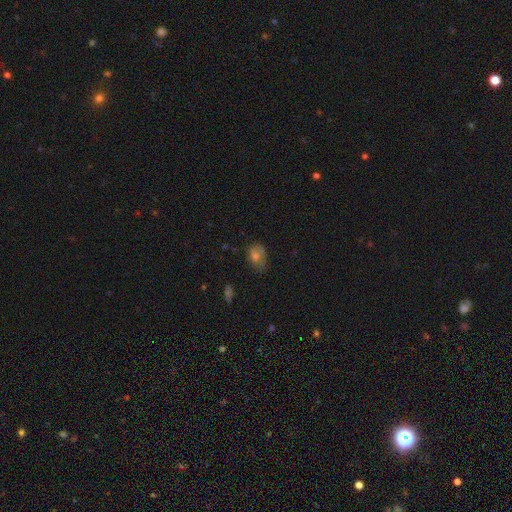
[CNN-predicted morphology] smooth_or_featured: smooth (p=0.62) [alt: featured or disk p=0.25]
how_rounded: in between (p=0.72) [alt: round p=0.26]
merging: none (p=0.51) [alt: minor disturbance p=0.33]